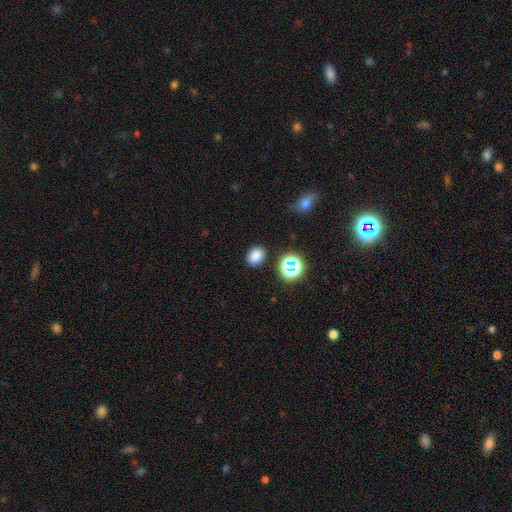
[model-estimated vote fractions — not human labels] A smooth galaxy with no disk features (79%) that is in between round and cigar-shaped (58%).

Vote fractions:
- Smooth or featured? smooth: 79% / star or artifact: 16% / featured or disk: 5%
- How rounded? in between: 58% / round: 41% / cigar-shaped: 1%
- Merging? none: 85% / minor disturbance: 9% / major disturbance: 3% / merger: 3%